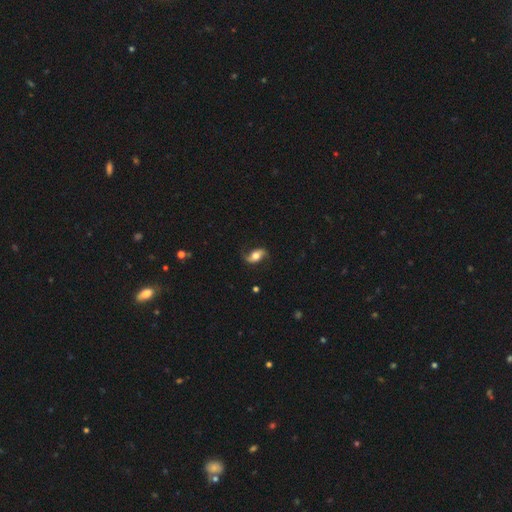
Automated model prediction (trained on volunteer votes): Q: Smooth or featured?
A: featured or disk (65%); runner-up: smooth (27%)
Q: Edge-on disk?
A: no (93%); runner-up: yes (7%)
Q: Bar?
A: no (55%); runner-up: weak (28%)
Q: Spiral arms?
A: yes (91%); runner-up: no (9%)
Q: Spiral winding?
A: loose (71%); runner-up: medium (22%)
Q: Spiral arm count?
A: 2 (89%); runner-up: 1 (6%)
Q: Bulge size?
A: moderate (52%); runner-up: large (30%)
Q: Merging?
A: none (71%); runner-up: minor disturbance (19%)